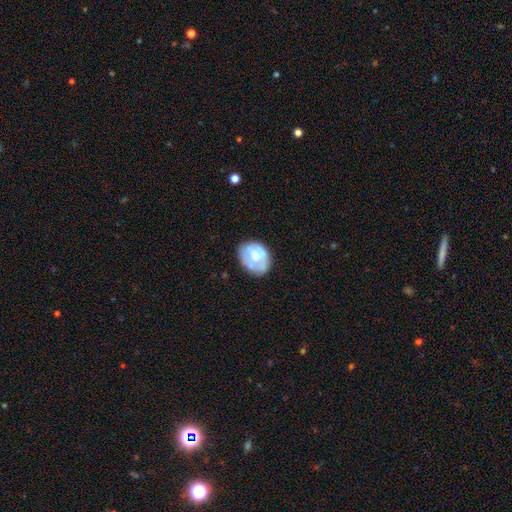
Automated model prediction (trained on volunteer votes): Morphology: type=smooth (52%); roundness=in between (58%); merging=none (59%).